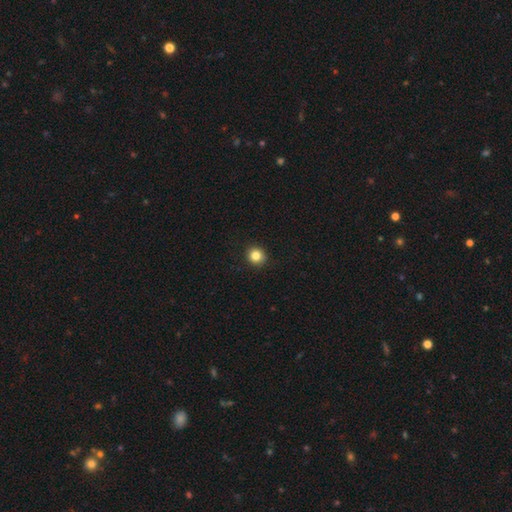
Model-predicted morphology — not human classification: smooth-or-featured: smooth: 84% | star or artifact: 11% | featured or disk: 5%
  how-rounded: round: 91% | in between: 8% | cigar-shaped: 1%
  merging: none: 92% | minor disturbance: 5% | major disturbance: 2% | merger: 1%